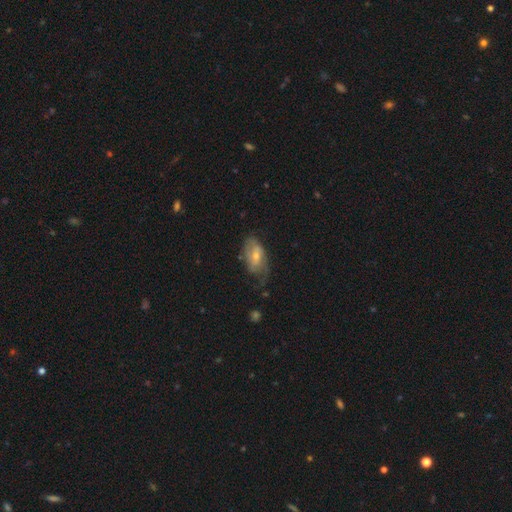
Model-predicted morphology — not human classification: Q: Smooth or featured?
A: featured or disk (61%); runner-up: smooth (31%)
Q: Edge-on disk?
A: no (92%); runner-up: yes (8%)
Q: Bar?
A: no (49%); runner-up: weak (40%)
Q: Spiral arms?
A: yes (77%); runner-up: no (23%)
Q: Bulge size?
A: moderate (48%); runner-up: small (45%)
Q: Merging?
A: none (51%); runner-up: minor disturbance (29%)